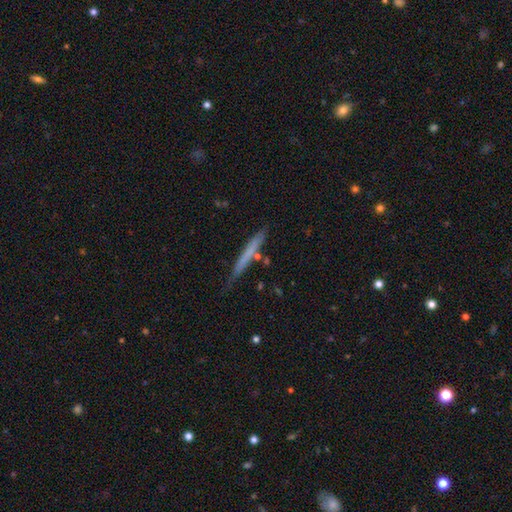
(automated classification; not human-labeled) Smooth or featured? Predicted: smooth (p=0.58). How rounded? Predicted: cigar-shaped (p=0.96). Merging? Predicted: none (p=0.76).